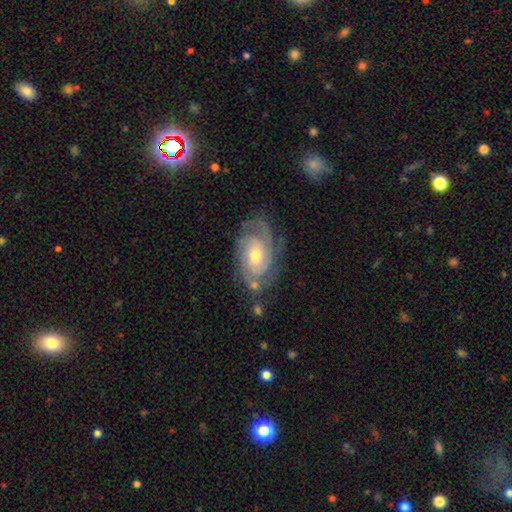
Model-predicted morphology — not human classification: A featured or disk galaxy (81%) with no bar (72%), 2 (33%) tight (62%) spiral arms (94%) and a moderate central bulge (60%).

Vote fractions:
- Smooth or featured? featured or disk: 81% / smooth: 13% / star or artifact: 6%
- Edge-on disk? no: 96% / yes: 4%
- Bar? no: 72% / weak: 24% / strong: 4%
- Spiral arms? yes: 94% / no: 6%
- Spiral winding? tight: 62% / medium: 30% / loose: 8%
- Spiral arm count? 2: 33% / can't tell: 30% / 3: 21% / 4: 7% / 1: 5% / more than 4: 4%
- Bulge size? moderate: 60% / small: 34% / large: 4% / none: 1% / dominant: 1%
- Merging? none: 68% / minor disturbance: 20% / major disturbance: 8% / merger: 4%